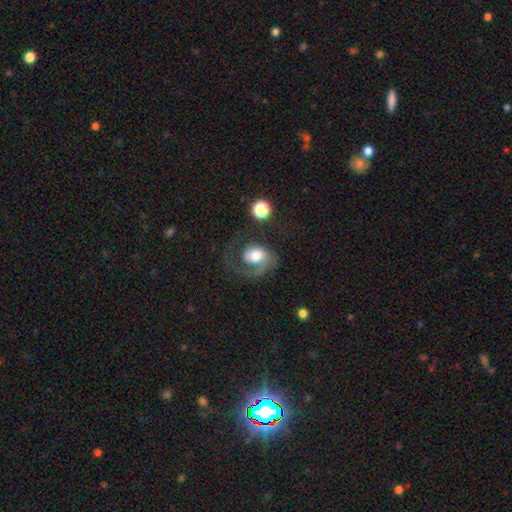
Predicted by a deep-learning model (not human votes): Morphology: type=featured or disk (72%); edge-on=no (98%); bar=no (66%); spiral arms=yes (92%); winding=medium (43%); arm count=1 (76%); bulge=moderate (43%); merging=major disturbance (41%).